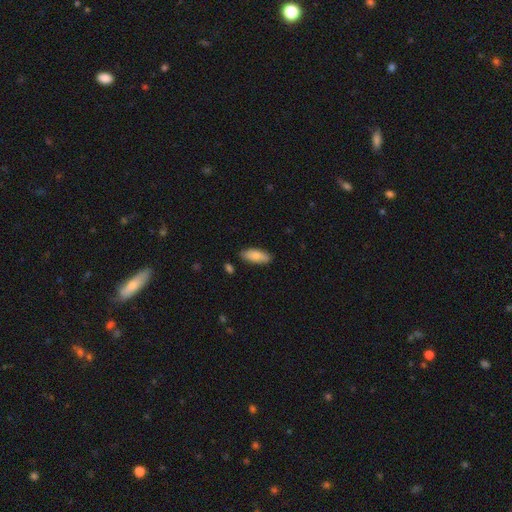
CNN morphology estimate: The model was most divided on "how rounded": in between: 77%, cigar-shaped: 21%, round: 2%. More confident: merging — none (83%); smooth or featured — smooth (81%).